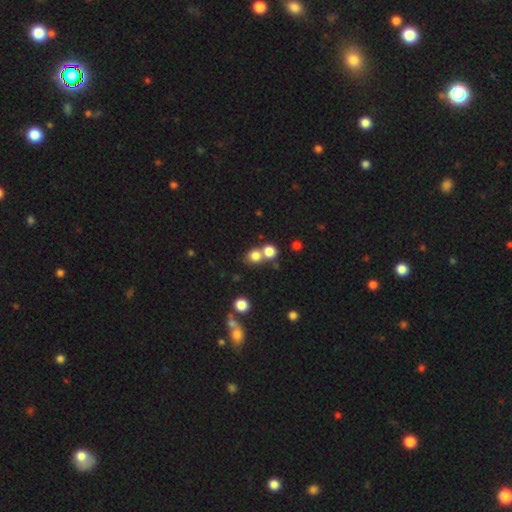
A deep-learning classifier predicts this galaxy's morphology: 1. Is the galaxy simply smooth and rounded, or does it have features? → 78% smooth, 14% star or artifact, 8% featured or disk.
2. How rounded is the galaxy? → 81% round, 18% in between, 1% cigar-shaped.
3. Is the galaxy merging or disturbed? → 50% none, 40% merger, 7% minor disturbance, 3% major disturbance.